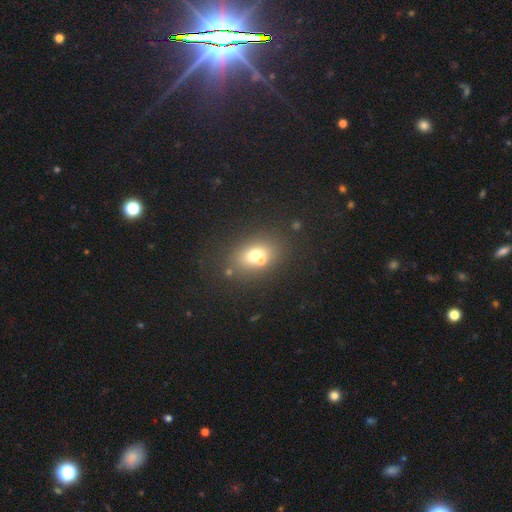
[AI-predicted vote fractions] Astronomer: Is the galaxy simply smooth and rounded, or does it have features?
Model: smooth — 64%.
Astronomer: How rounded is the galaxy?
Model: in between — 62%.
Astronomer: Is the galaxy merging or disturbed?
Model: none — 48% (runner-up: merger, 36%).